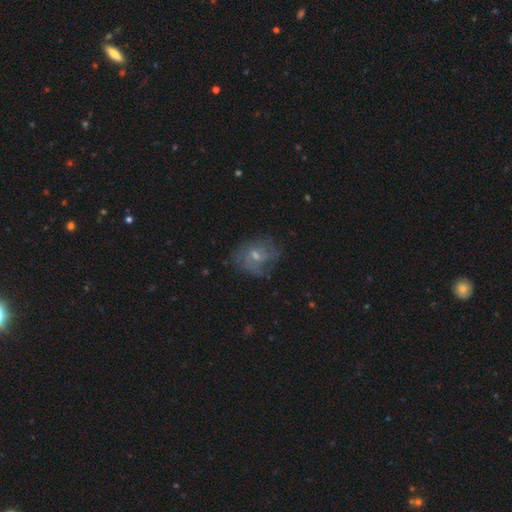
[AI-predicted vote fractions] featured or disk 56%, smooth 31%, star or artifact 13%. Down the decision tree: edge-on disk — no (97%); bar — no (69%); spiral arms — yes (75%); bulge size — small (54%); merging — none (66%).